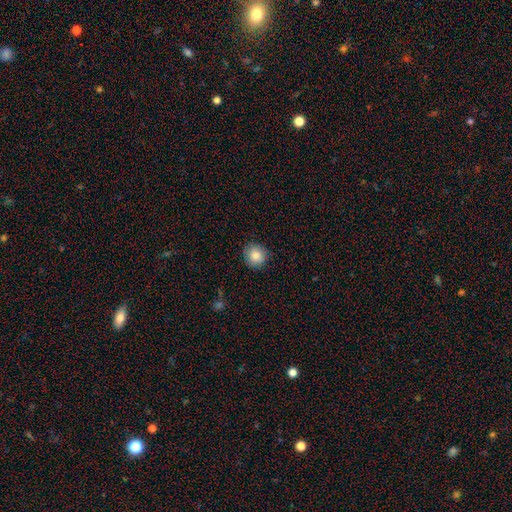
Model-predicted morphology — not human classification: Q: Smooth or featured?
A: smooth (86%); runner-up: star or artifact (9%)
Q: How rounded?
A: round (92%); runner-up: in between (8%)
Q: Merging?
A: none (89%); runner-up: minor disturbance (8%)